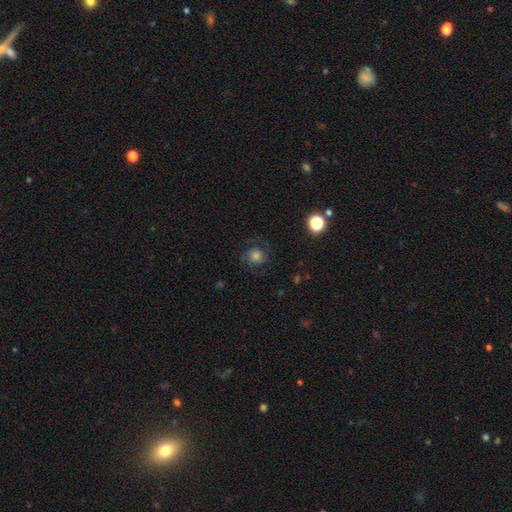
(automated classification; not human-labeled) Smooth or featured?
  - featured or disk: 60% *
  - smooth: 27%
  - star or artifact: 13%
Edge-on disk?
  - no: 98% *
  - yes: 2%
Bar?
  - no: 75% *
  - weak: 21%
  - strong: 4%
Spiral arms?
  - yes: 93% *
  - no: 7%
Spiral winding?
  - medium: 50% *
  - tight: 31%
  - loose: 19%
Spiral arm count?
  - 2: 82% *
  - can't tell: 7%
  - 3: 4%
  - 1: 3%
  - 4: 2%
  - more than 4: 2%
Bulge size?
  - moderate: 43% *
  - large: 25%
  - small: 20%
  - none: 7%
  - dominant: 6%
Merging?
  - none: 75% *
  - minor disturbance: 14%
  - major disturbance: 10%
  - merger: 1%